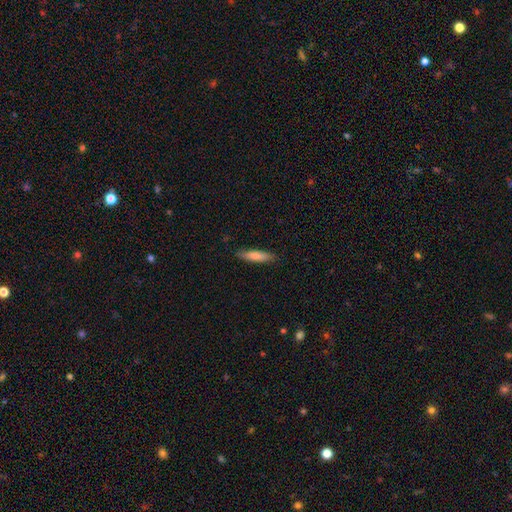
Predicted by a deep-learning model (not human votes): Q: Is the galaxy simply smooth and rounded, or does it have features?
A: smooth — 76%.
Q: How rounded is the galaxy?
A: cigar-shaped — 79%.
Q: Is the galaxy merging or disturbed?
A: none — 87%.